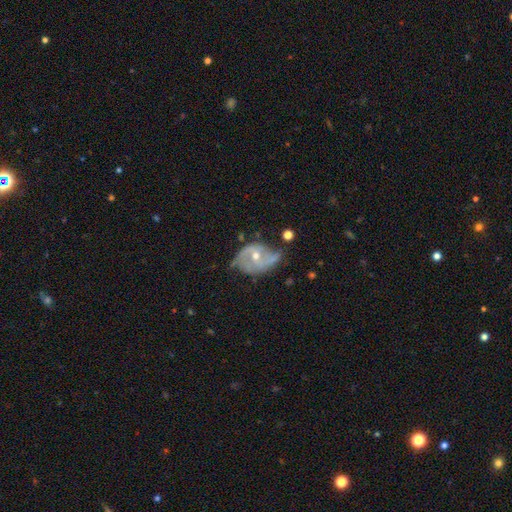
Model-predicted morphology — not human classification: Overall: featured or disk (79%). Edge-on disk: no (96%). Bar: no (54%; weak 34%). Spiral arms: yes (87%). Spiral arm count: 2 (73%). Spiral winding: medium (40%; loose 39%). Bulge size: moderate (53%; small 44%). Merging: none (48%; minor disturbance 31%).